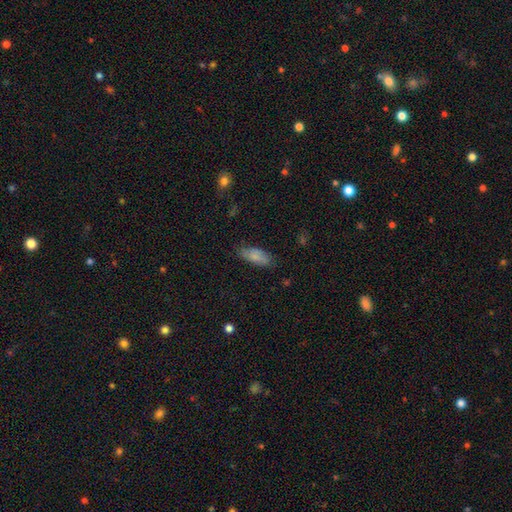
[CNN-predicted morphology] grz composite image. It shows a smooth galaxy with no disk features (79%) that is in between round and cigar-shaped (79%). Merging: none (74%).